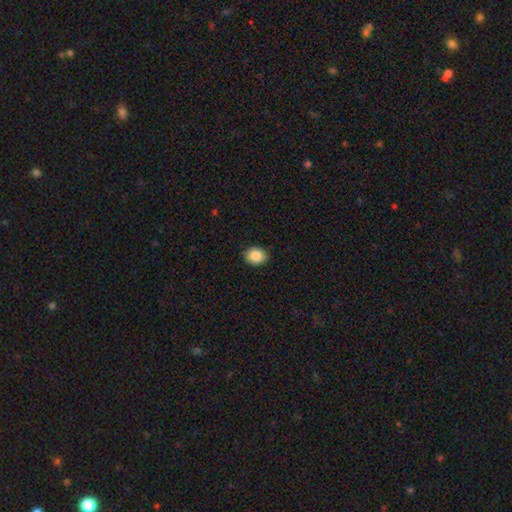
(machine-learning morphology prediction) The model was most divided on "how rounded": round: 56%, in between: 43%, cigar-shaped: 1%. More confident: merging — none (87%); smooth or featured — smooth (87%).